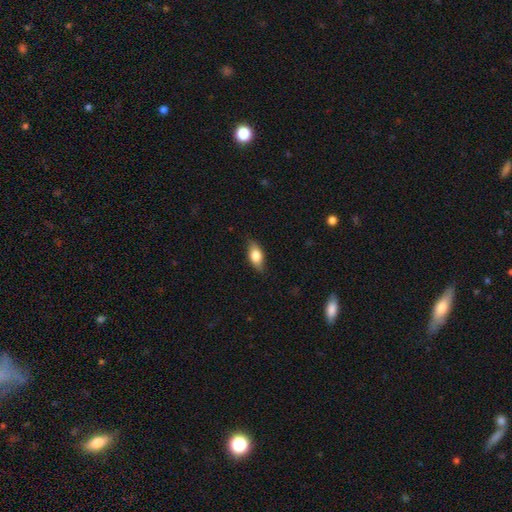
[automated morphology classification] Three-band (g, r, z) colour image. It shows a smooth galaxy with no disk features (74%) that is in between round and cigar-shaped (85%). Merging: none (81%).